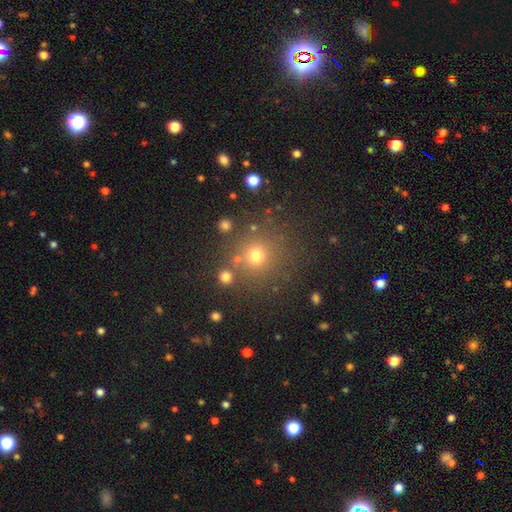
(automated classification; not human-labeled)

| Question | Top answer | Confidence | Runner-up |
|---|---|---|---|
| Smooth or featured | smooth | 72% | star or artifact (21%) |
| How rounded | round | 93% | in between (6%) |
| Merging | none | 81% | minor disturbance (8%) |